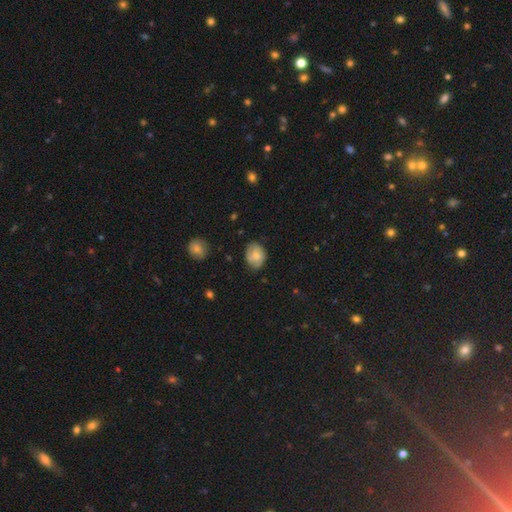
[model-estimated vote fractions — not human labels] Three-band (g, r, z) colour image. It shows a smooth galaxy with no disk features (71%) that is in between round and cigar-shaped (60%). Merging: none (68%).